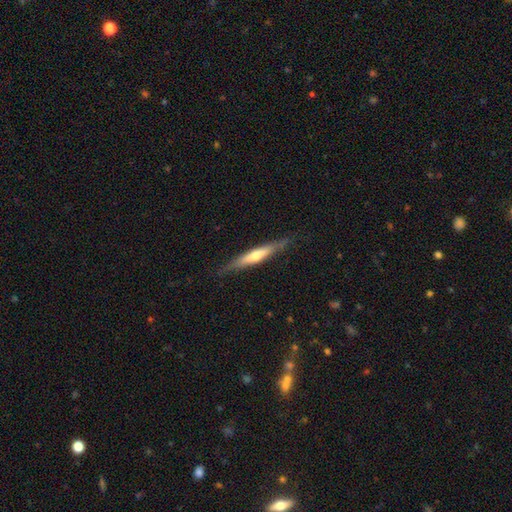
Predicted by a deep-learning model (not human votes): This is possibly a featured or disk galaxy (52%). It is clearly viewed edge-on (92%). Merging: clearly none (82%).